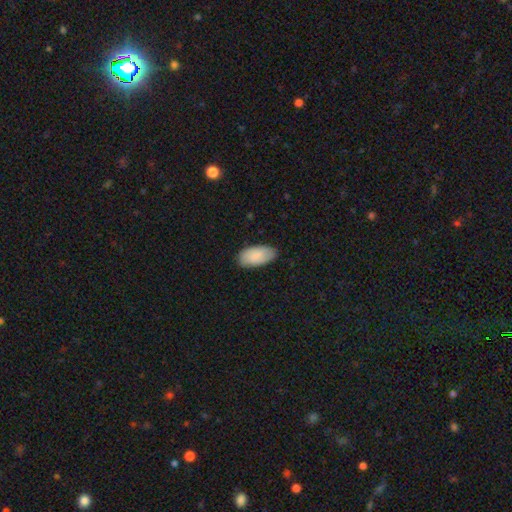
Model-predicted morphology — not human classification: Smooth or featured?
  - smooth: 82% *
  - featured or disk: 12%
  - star or artifact: 6%
How rounded?
  - in between: 95% *
  - cigar-shaped: 3%
  - round: 2%
Merging?
  - none: 83% *
  - minor disturbance: 14%
  - major disturbance: 2%
  - merger: 1%